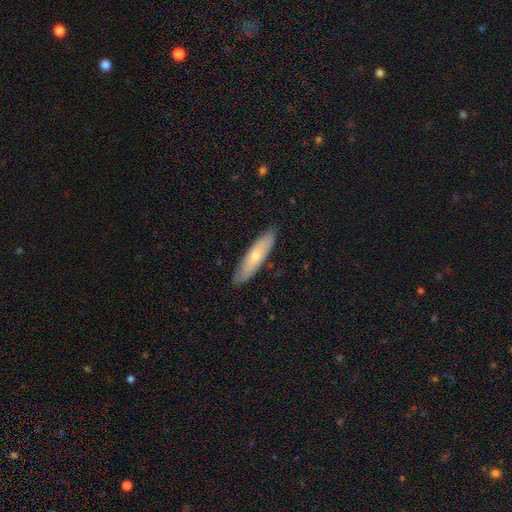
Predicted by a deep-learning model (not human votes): This appears to be a smooth galaxy with no disk features (58%) that is cigar-shaped (72%). Merging: none (85%).